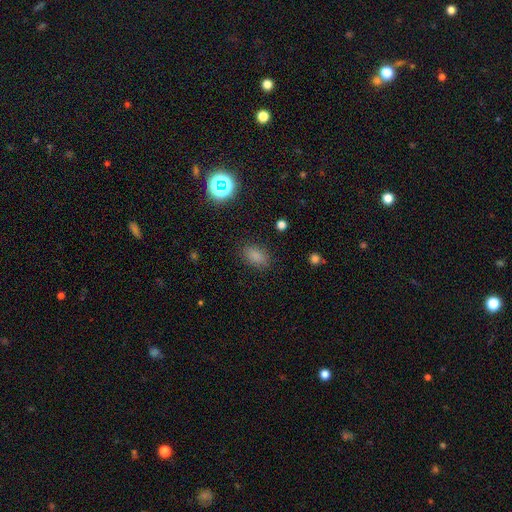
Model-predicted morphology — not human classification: Smooth or featured? Predicted: smooth (p=0.81). How rounded? Predicted: in between (p=0.86). Merging? Predicted: none (p=0.84).